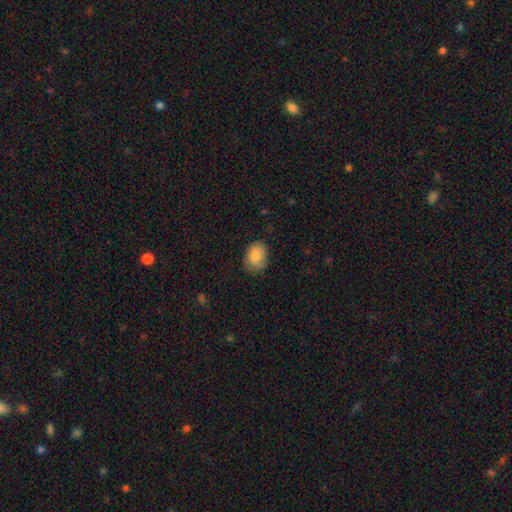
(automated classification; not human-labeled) Smooth or featured: smooth — 86% (star or artifact — 8%)
How rounded: in between — 72% (round — 27%)
Merging: none — 81% (minor disturbance — 15%)